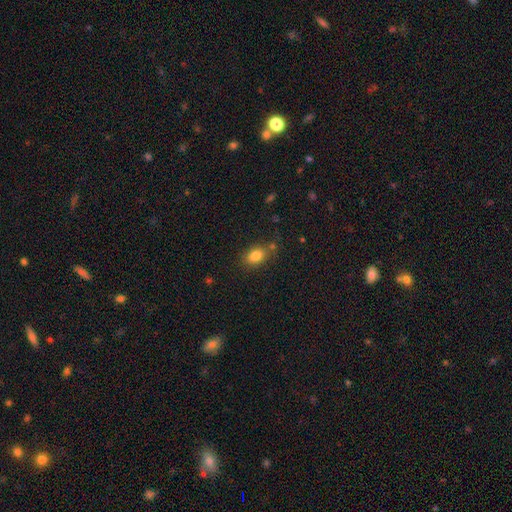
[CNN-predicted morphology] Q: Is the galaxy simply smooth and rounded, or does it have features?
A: smooth — 83%.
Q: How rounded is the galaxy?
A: in between — 78%.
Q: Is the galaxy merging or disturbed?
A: none — 74%.